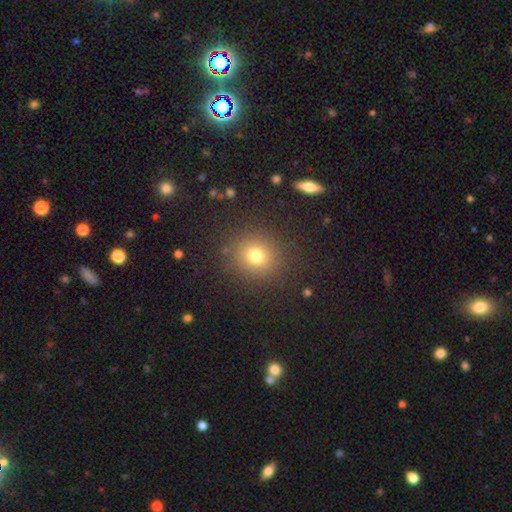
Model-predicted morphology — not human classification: Smooth or featured?
  - smooth: 73% *
  - star or artifact: 18%
  - featured or disk: 9%
How rounded?
  - round: 85% *
  - in between: 14%
  - cigar-shaped: 1%
Merging?
  - none: 88% *
  - minor disturbance: 7%
  - major disturbance: 3%
  - merger: 2%